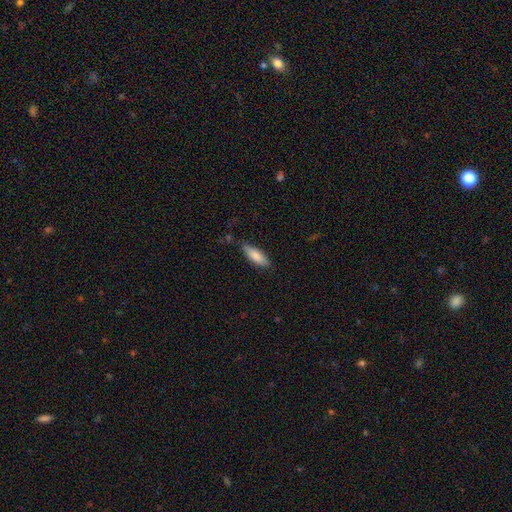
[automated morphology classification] A smooth galaxy with no disk features (84%) that is in between round and cigar-shaped (57%).

Vote fractions:
- Smooth or featured? smooth: 84% / featured or disk: 10% / star or artifact: 6%
- How rounded? in between: 57% / cigar-shaped: 42% / round: 2%
- Merging? none: 79% / minor disturbance: 16% / major disturbance: 3% / merger: 2%